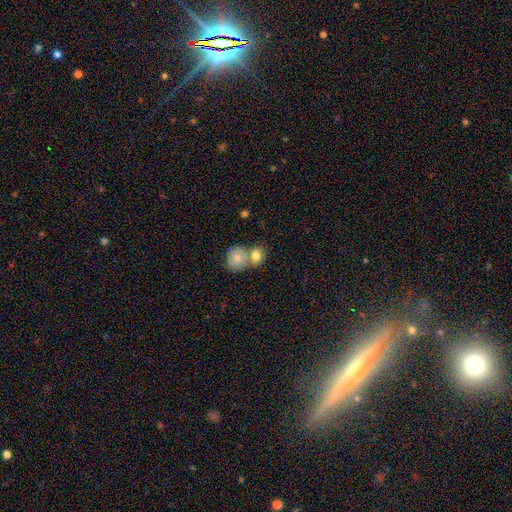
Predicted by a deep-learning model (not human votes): A smooth galaxy with no disk features (80%) that is round (59%).

Vote fractions:
- Smooth or featured? smooth: 80% / featured or disk: 12% / star or artifact: 8%
- How rounded? round: 59% / in between: 40% / cigar-shaped: 1%
- Merging? merger: 55% / none: 35% / minor disturbance: 8% / major disturbance: 3%